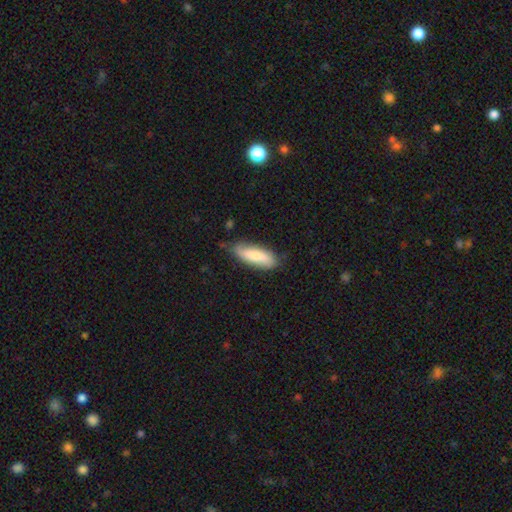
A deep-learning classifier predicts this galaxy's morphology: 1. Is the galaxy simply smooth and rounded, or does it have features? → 75% smooth, 20% featured or disk, 6% star or artifact.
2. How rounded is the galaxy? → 57% in between, 41% cigar-shaped, 2% round.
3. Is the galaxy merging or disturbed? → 72% none, 22% minor disturbance, 4% major disturbance, 2% merger.